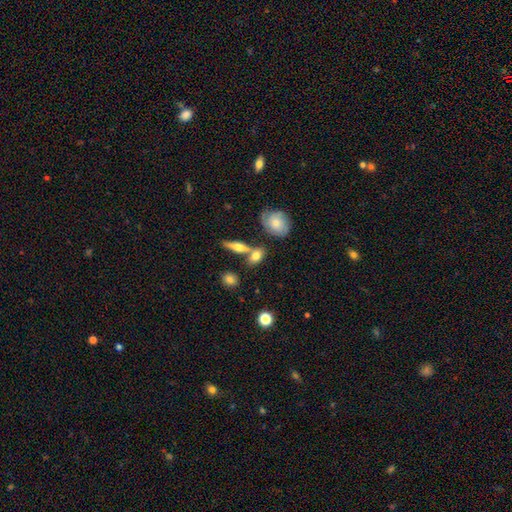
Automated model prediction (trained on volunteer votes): Smooth or featured?
  - smooth: 62% *
  - featured or disk: 29%
  - star or artifact: 9%
How rounded?
  - in between: 71% *
  - cigar-shaped: 17%
  - round: 12%
Merging?
  - none: 58% *
  - merger: 26%
  - minor disturbance: 12%
  - major disturbance: 4%